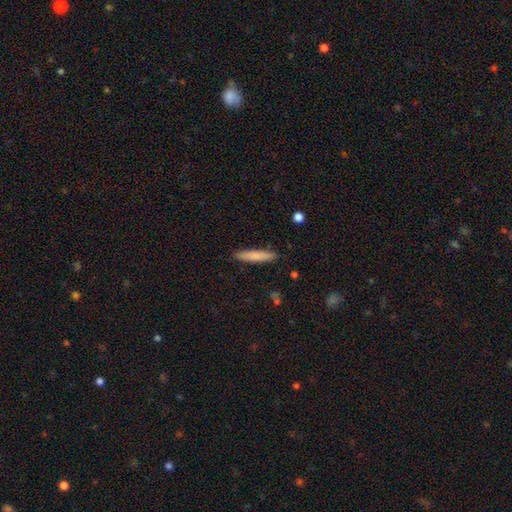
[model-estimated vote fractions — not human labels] smooth 79%, featured or disk 15%, star or artifact 6%. Down the decision tree: how rounded — cigar-shaped (91%); merging — none (90%).